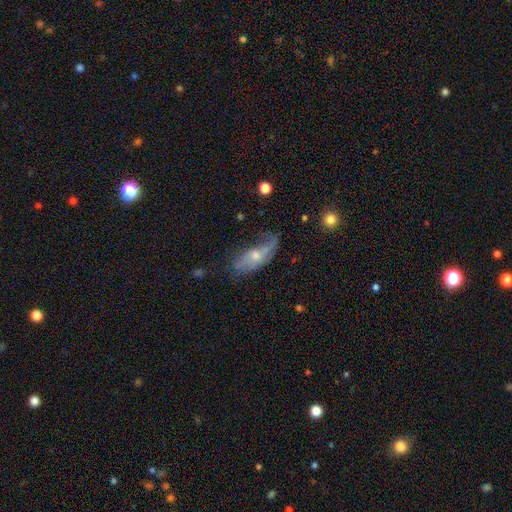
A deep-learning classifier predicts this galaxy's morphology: Overall: featured or disk (57%; smooth 34%). Edge-on disk: no (79%). Merging: none (43%; minor disturbance 31%).